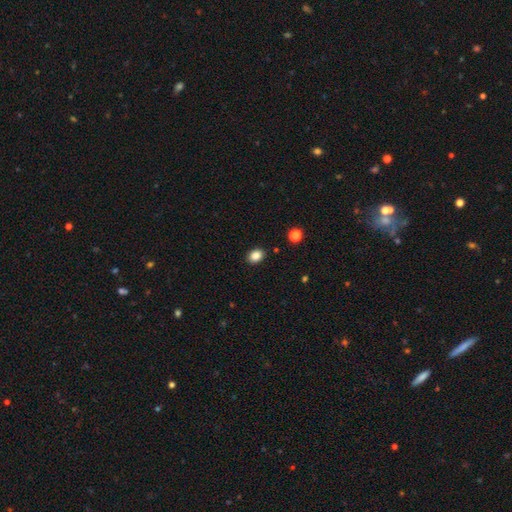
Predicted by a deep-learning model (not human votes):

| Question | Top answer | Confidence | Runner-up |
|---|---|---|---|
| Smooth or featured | smooth | 86% | star or artifact (10%) |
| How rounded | in between | 68% | round (31%) |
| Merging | none | 89% | minor disturbance (8%) |